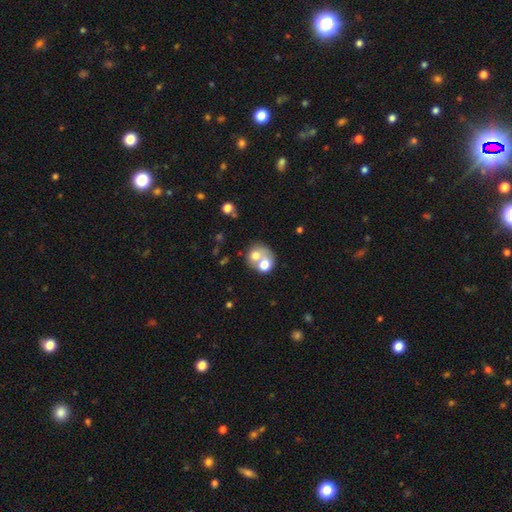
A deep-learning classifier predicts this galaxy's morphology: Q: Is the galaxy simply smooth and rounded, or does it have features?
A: smooth — 65%.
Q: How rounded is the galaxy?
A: round — 72%.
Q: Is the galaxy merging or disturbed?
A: merger — 62%.